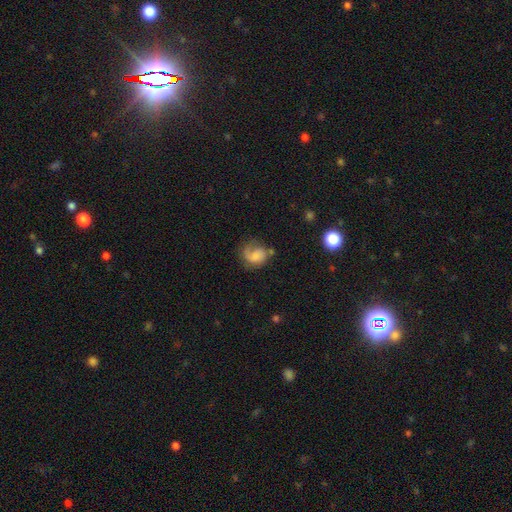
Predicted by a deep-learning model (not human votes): The model was most divided on "smooth or featured": featured or disk: 49%, smooth: 42%, star or artifact: 9%. Remaining: merging — none (42%).